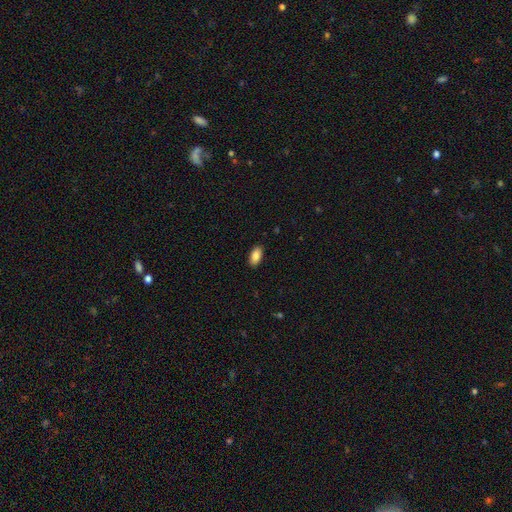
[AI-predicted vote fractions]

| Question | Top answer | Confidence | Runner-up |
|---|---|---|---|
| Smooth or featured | smooth | 86% | star or artifact (7%) |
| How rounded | in between | 92% | cigar-shaped (5%) |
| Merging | none | 89% | minor disturbance (8%) |